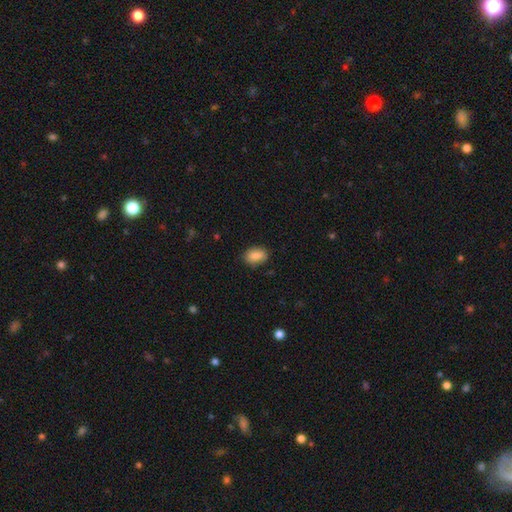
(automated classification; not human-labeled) Smooth or featured? Predicted: smooth (p=0.86). How rounded? Predicted: in between (p=0.82). Merging? Predicted: none (p=0.81).